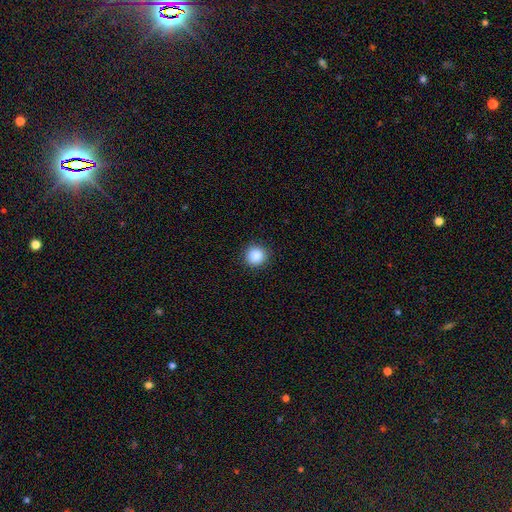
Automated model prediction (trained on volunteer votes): Q: Smooth or featured?
A: smooth (87%); runner-up: star or artifact (9%)
Q: How rounded?
A: round (93%); runner-up: in between (6%)
Q: Merging?
A: none (91%); runner-up: minor disturbance (6%)